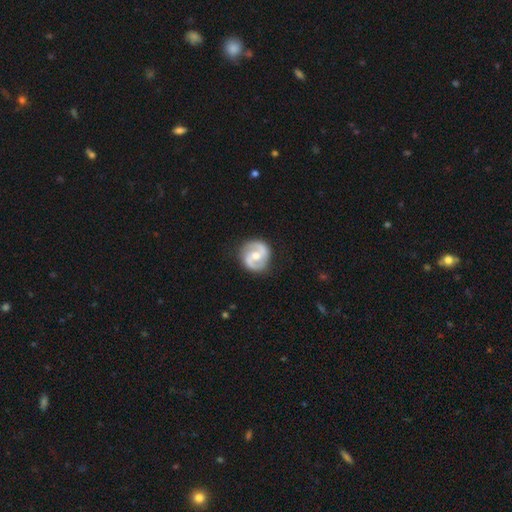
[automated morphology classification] Q: Smooth or featured?
A: featured or disk (85%); runner-up: smooth (11%)
Q: Edge-on disk?
A: no (98%); runner-up: yes (2%)
Q: Bar?
A: weak (45%); runner-up: no (35%)
Q: Spiral arms?
A: yes (93%); runner-up: no (7%)
Q: Spiral winding?
A: medium (53%); runner-up: tight (29%)
Q: Spiral arm count?
A: 2 (93%); runner-up: can't tell (3%)
Q: Bulge size?
A: moderate (73%); runner-up: small (21%)
Q: Merging?
A: none (86%); runner-up: minor disturbance (10%)